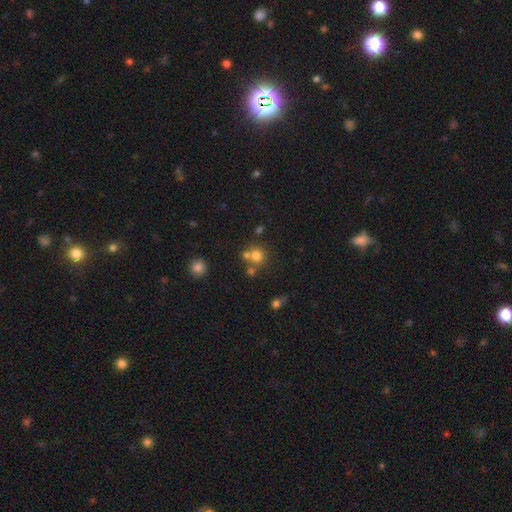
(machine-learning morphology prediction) This is likely a smooth galaxy (72%). How rounded: clearly round (88%). Merging: possibly none (56%).